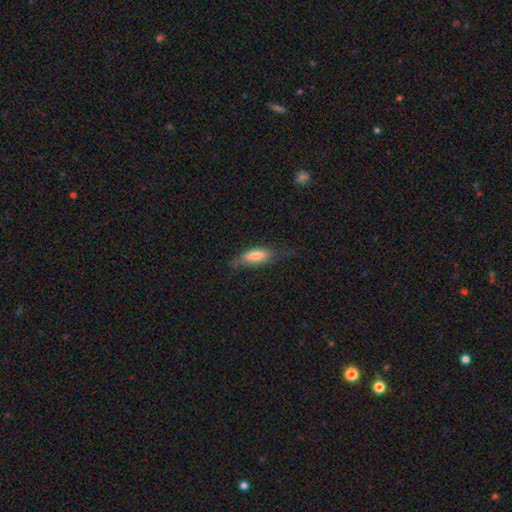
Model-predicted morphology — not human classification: The model was most divided on "merging": none: 58%, minor disturbance: 28%, major disturbance: 12%, merger: 2%. More confident: smooth or featured — smooth (69%); how rounded — in between (65%).